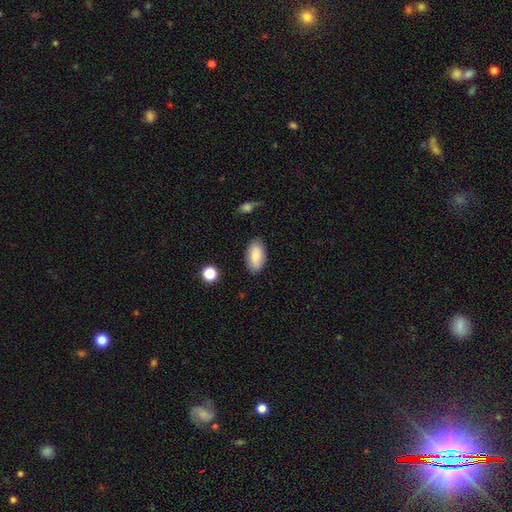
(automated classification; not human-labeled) Smooth or featured?
  - smooth: 82% *
  - featured or disk: 11%
  - star or artifact: 7%
How rounded?
  - in between: 94% *
  - round: 3%
  - cigar-shaped: 3%
Merging?
  - none: 84% *
  - minor disturbance: 12%
  - major disturbance: 3%
  - merger: 2%